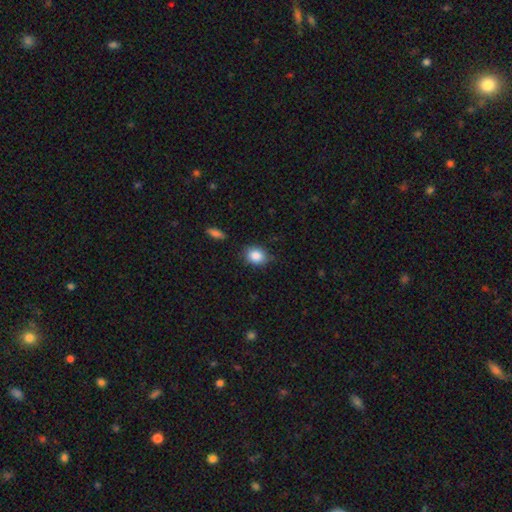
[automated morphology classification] type=smooth (86%); roundness=round (50%); merging=none (80%).